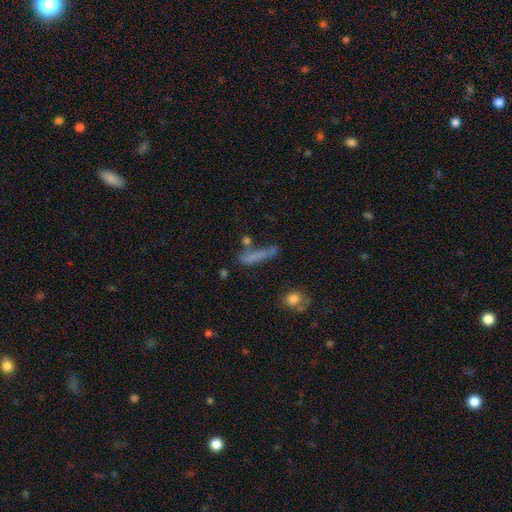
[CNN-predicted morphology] This appears to be a smooth galaxy with no disk features (64%) that is cigar-shaped (86%). Merging: none (58%).